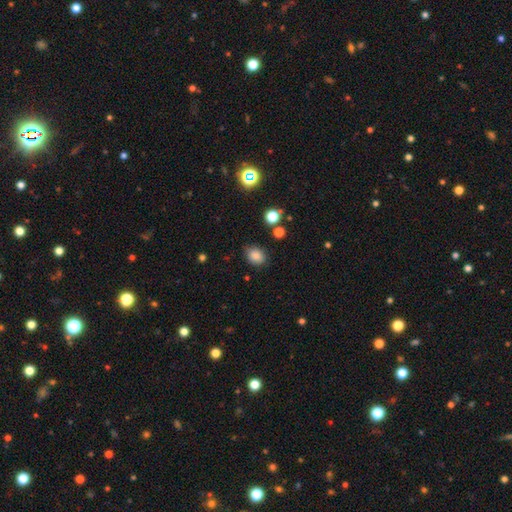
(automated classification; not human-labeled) smooth 83%, star or artifact 12%, featured or disk 5%. Down the decision tree: how rounded — in between (51%); merging — none (77%).